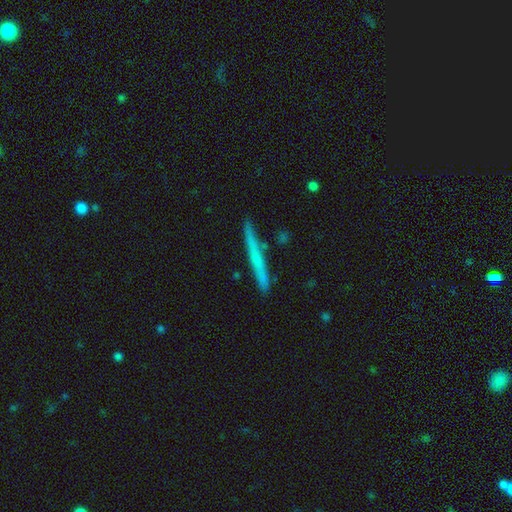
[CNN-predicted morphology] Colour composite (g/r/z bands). It shows a smooth galaxy with no disk features (49%). Merging: none (85%).